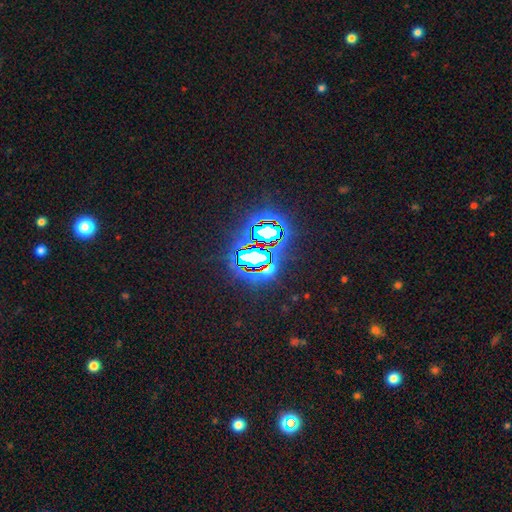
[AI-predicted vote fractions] This appears to be a star or artifact, not a galaxy (81%).